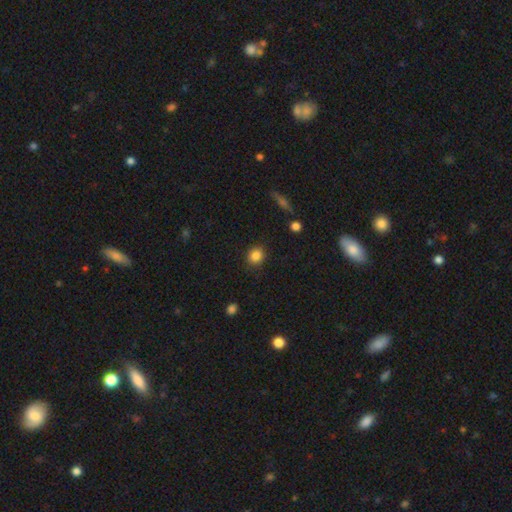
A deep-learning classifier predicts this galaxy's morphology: A smooth galaxy with no disk features (86%) that is round (79%).

Vote fractions:
- Smooth or featured? smooth: 86% / star or artifact: 10% / featured or disk: 5%
- How rounded? round: 79% / in between: 20% / cigar-shaped: 1%
- Merging? none: 88% / minor disturbance: 8% / major disturbance: 2% / merger: 1%